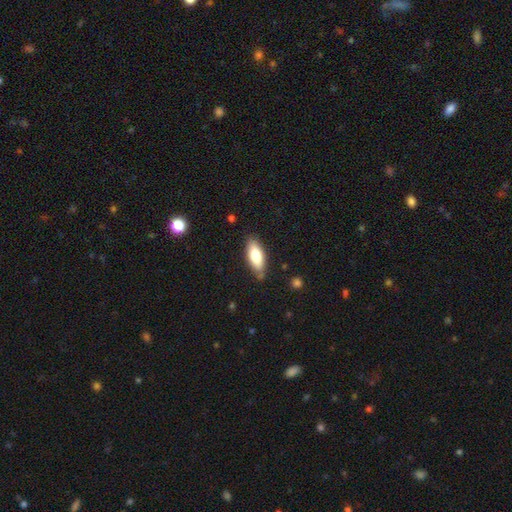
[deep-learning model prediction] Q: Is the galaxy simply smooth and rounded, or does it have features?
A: smooth — 75%.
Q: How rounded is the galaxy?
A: in between — 73%.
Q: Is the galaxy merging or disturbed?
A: none — 80%.